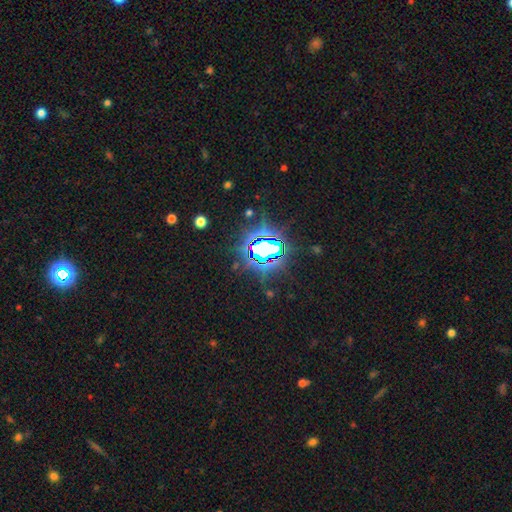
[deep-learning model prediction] Smooth or featured: star or artifact — 81% (smooth — 11%)